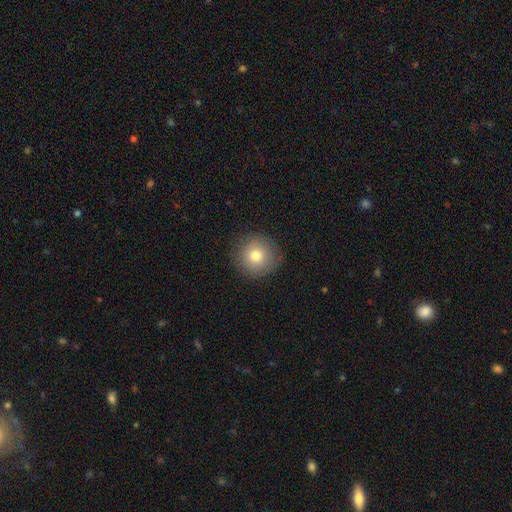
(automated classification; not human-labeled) This appears to be a smooth galaxy with no disk features (77%) that is round (95%). Merging: none (87%).